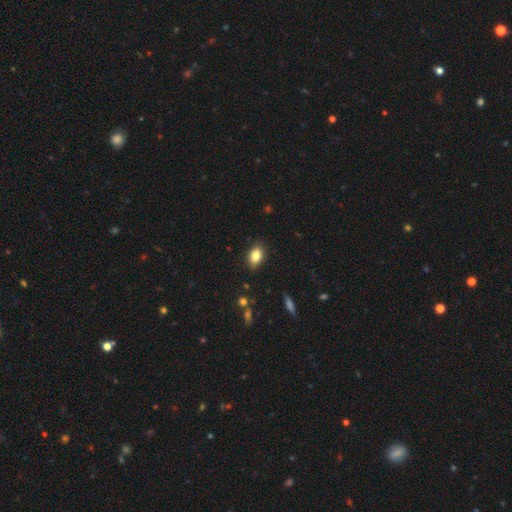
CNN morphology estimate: A smooth galaxy with no disk features (83%) that is in between round and cigar-shaped (84%). Merging: none (85%).